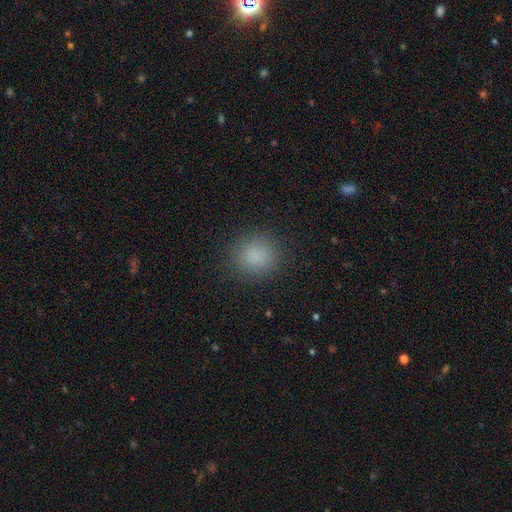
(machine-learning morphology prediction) Q: Smooth or featured?
A: smooth (84%); runner-up: star or artifact (12%)
Q: How rounded?
A: round (87%); runner-up: in between (12%)
Q: Merging?
A: none (88%); runner-up: minor disturbance (8%)